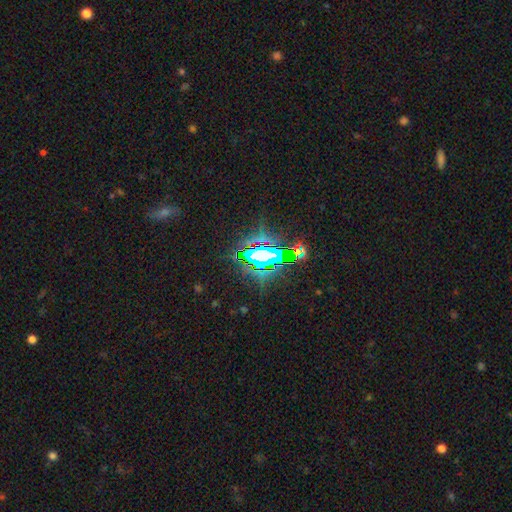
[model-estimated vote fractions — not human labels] Smooth or featured? Predicted: star or artifact (p=0.72).